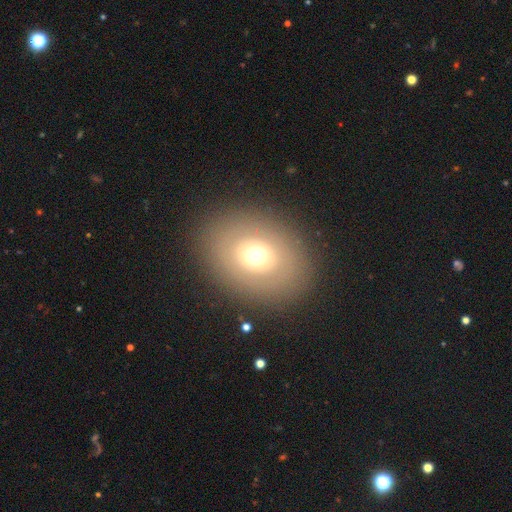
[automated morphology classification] A smooth galaxy with no disk features (62%) that is in between round and cigar-shaped (56%).

Vote fractions:
- Smooth or featured? smooth: 62% / featured or disk: 25% / star or artifact: 13%
- How rounded? in between: 56% / round: 43% / cigar-shaped: 1%
- Merging? none: 86% / minor disturbance: 7% / major disturbance: 5% / merger: 1%